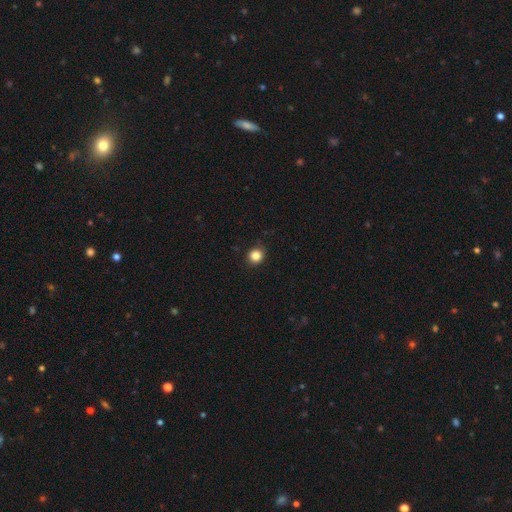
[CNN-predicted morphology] Smooth or featured?
  - smooth: 85% *
  - star or artifact: 11%
  - featured or disk: 4%
How rounded?
  - round: 90% *
  - in between: 9%
  - cigar-shaped: 1%
Merging?
  - none: 89% *
  - minor disturbance: 8%
  - major disturbance: 2%
  - merger: 1%